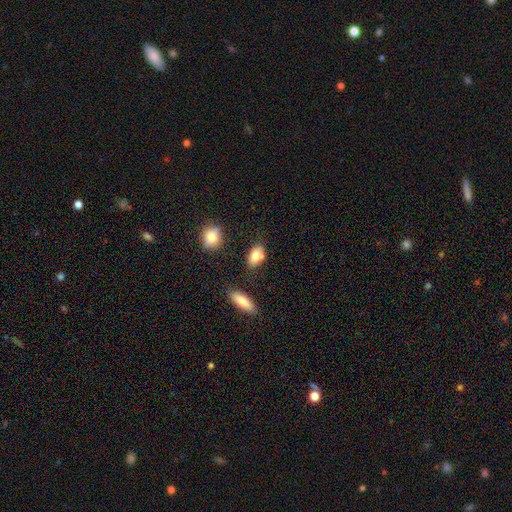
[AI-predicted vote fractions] smooth-or-featured: smooth: 80% | featured or disk: 12% | star or artifact: 8%
  how-rounded: in between: 88% | round: 7% | cigar-shaped: 5%
  merging: none: 69% | minor disturbance: 16% | merger: 10% | major disturbance: 4%